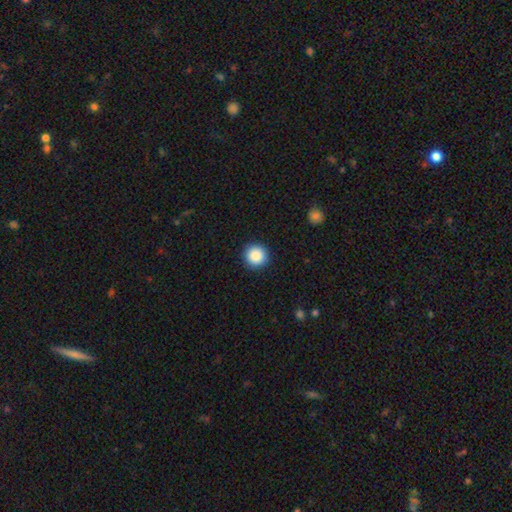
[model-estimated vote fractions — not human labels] A smooth galaxy with no disk features (88%) that is round (96%). Merging: none (92%).